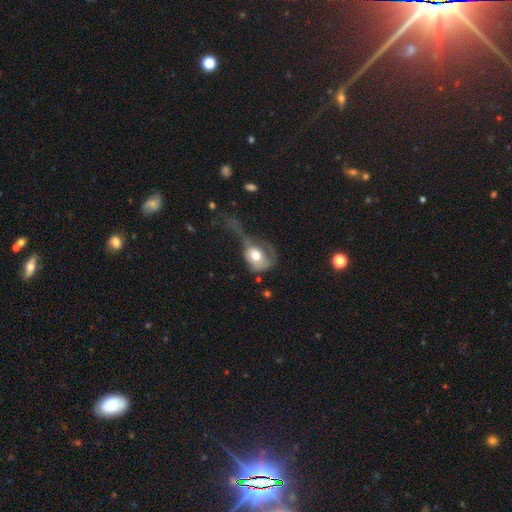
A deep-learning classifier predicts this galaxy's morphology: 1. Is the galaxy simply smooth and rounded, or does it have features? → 62% smooth, 31% featured or disk, 8% star or artifact.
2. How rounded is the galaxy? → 53% round, 46% in between, 2% cigar-shaped.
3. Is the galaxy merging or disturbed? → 63% major disturbance, 16% minor disturbance, 13% none, 8% merger.